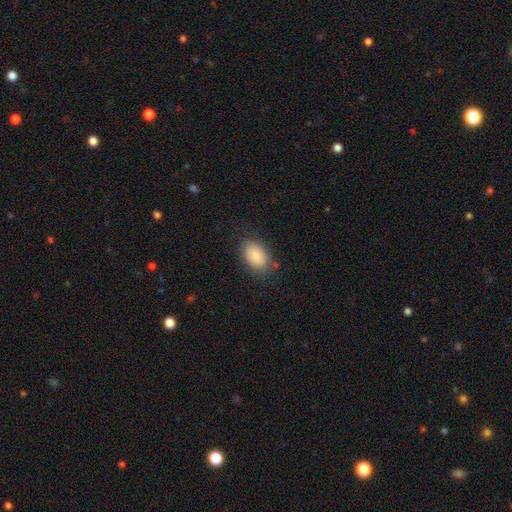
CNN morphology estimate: A smooth galaxy with no disk features (83%) that is in between round and cigar-shaped (88%).

Vote fractions:
- Smooth or featured? smooth: 83% / featured or disk: 9% / star or artifact: 7%
- How rounded? in between: 88% / round: 10% / cigar-shaped: 1%
- Merging? none: 79% / minor disturbance: 15% / major disturbance: 4% / merger: 2%